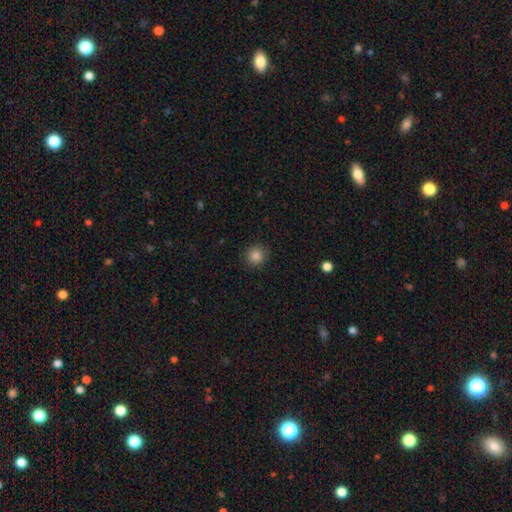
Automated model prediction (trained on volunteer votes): Smooth or featured? Predicted: smooth (p=0.85). How rounded? Predicted: round (p=0.92). Merging? Predicted: none (p=0.89).